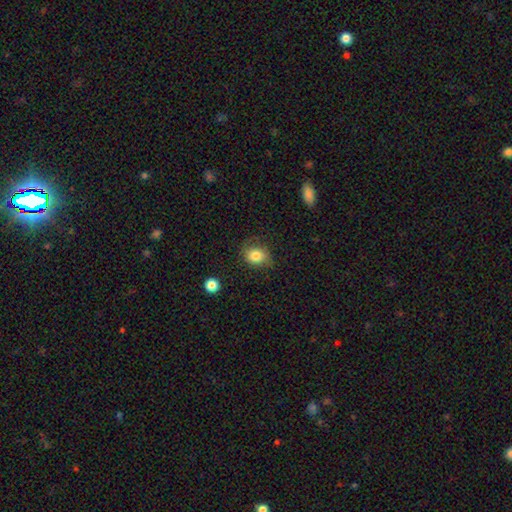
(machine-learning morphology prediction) A smooth galaxy with no disk features (81%) that is round (60%). Merging: none (63%).